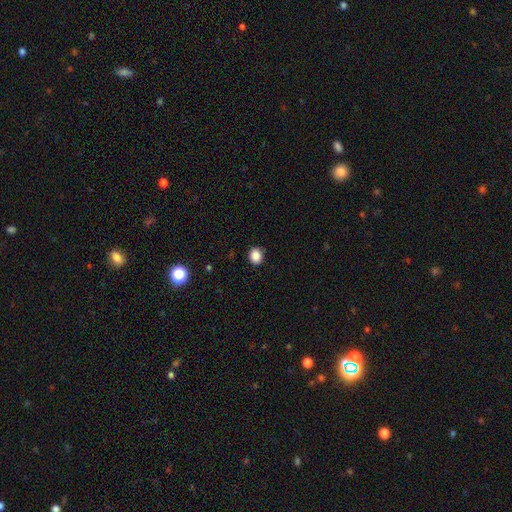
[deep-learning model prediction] A smooth galaxy with no disk features (86%) that is round (62%). Merging: none (88%).